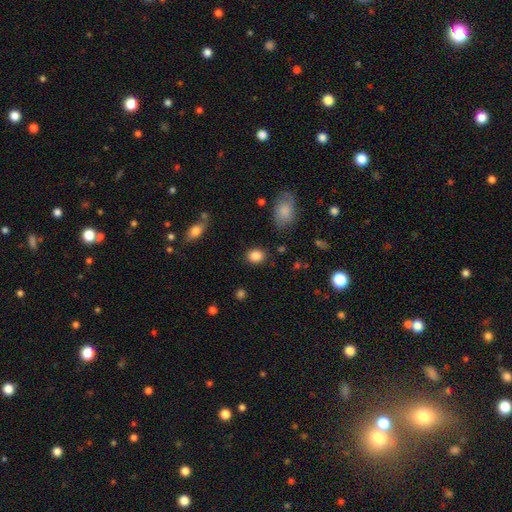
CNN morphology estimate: type=smooth (86%); roundness=round (54%); merging=none (86%).